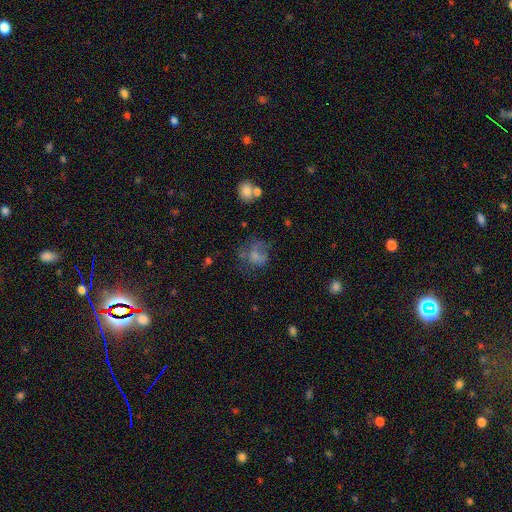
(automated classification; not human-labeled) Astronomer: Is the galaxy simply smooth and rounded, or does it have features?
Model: smooth — 60%.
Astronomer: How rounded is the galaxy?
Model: round — 57% (runner-up: in between, 42%).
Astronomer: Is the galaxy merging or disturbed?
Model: major disturbance — 36% (runner-up: none, 34%).